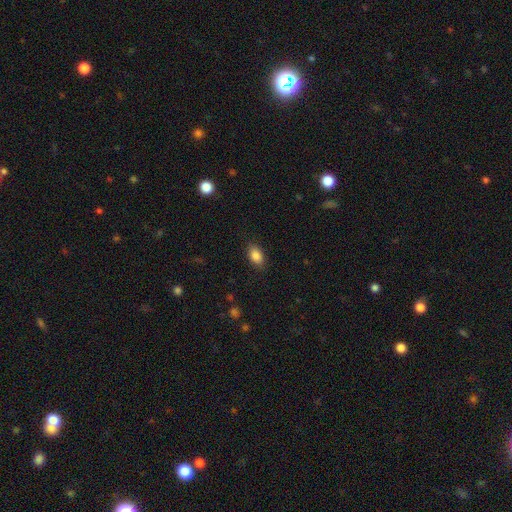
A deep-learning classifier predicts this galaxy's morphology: This appears to be a smooth galaxy with no disk features (86%) that is in between round and cigar-shaped (89%). Merging: none (86%).